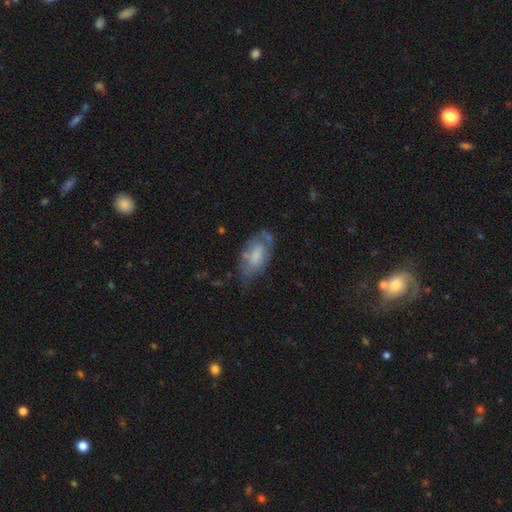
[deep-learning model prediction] A smooth galaxy with no disk features (55%) that is in between round and cigar-shaped (91%).

Vote fractions:
- Smooth or featured? smooth: 55% / featured or disk: 38% / star or artifact: 7%
- How rounded? in between: 91% / cigar-shaped: 5% / round: 4%
- Merging? none: 47% / minor disturbance: 33% / major disturbance: 15% / merger: 5%